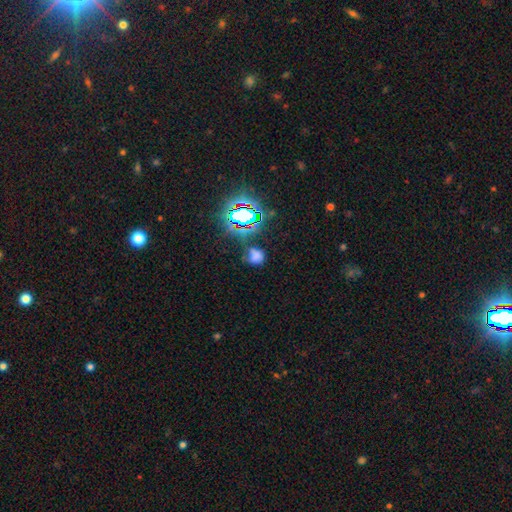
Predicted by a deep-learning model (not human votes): Q: Smooth or featured?
A: smooth (54%); runner-up: star or artifact (34%)
Q: How rounded?
A: round (61%); runner-up: in between (37%)
Q: Merging?
A: none (51%); runner-up: minor disturbance (23%)